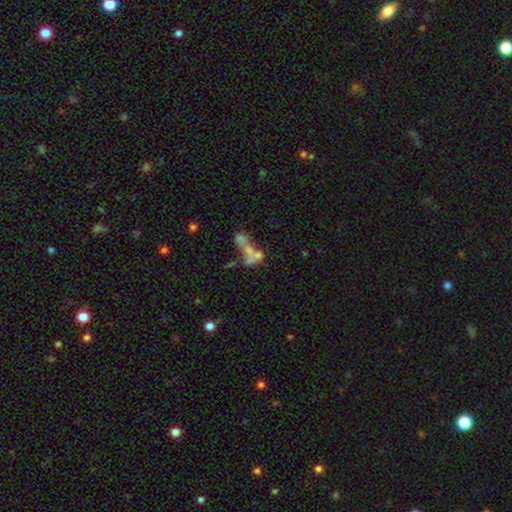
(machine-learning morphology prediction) This is possibly a featured or disk galaxy (46%). Merging: possibly merger (56%).